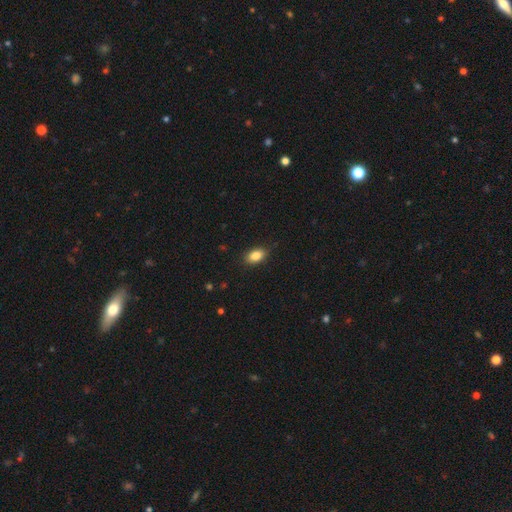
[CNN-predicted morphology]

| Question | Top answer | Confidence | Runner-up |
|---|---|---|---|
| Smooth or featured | smooth | 86% | star or artifact (8%) |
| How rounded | in between | 89% | round (8%) |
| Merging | none | 88% | minor disturbance (9%) |